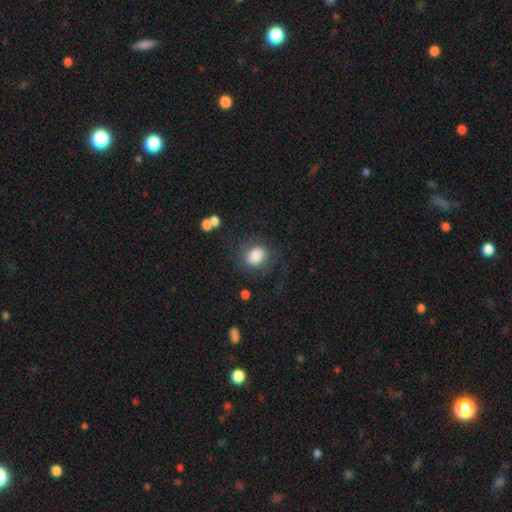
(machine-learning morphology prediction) Smooth or featured? Predicted: smooth (p=0.74). How rounded? Predicted: round (p=0.54). Merging? Predicted: none (p=0.62).